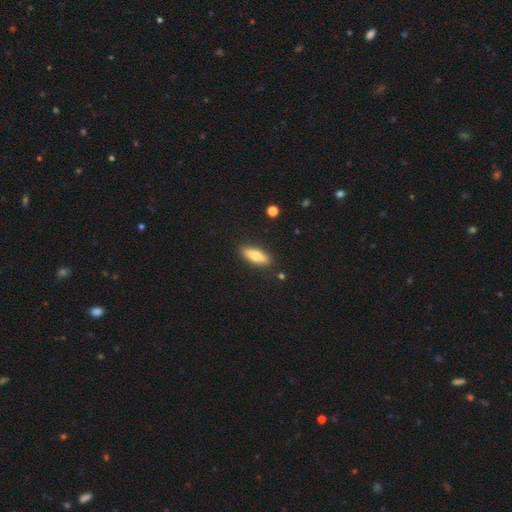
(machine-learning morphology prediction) Smooth or featured?
  - smooth: 77% *
  - featured or disk: 16%
  - star or artifact: 6%
How rounded?
  - in between: 60% *
  - cigar-shaped: 38%
  - round: 2%
Merging?
  - none: 86% *
  - minor disturbance: 10%
  - major disturbance: 2%
  - merger: 2%